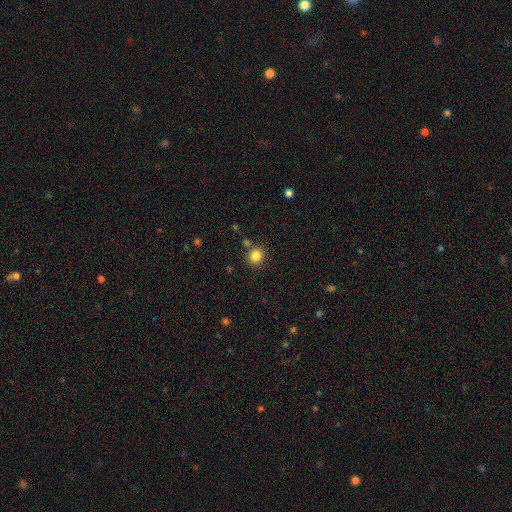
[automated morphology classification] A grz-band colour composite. It shows a smooth galaxy with no disk features (84%) that is round (86%). Merging: none (80%).